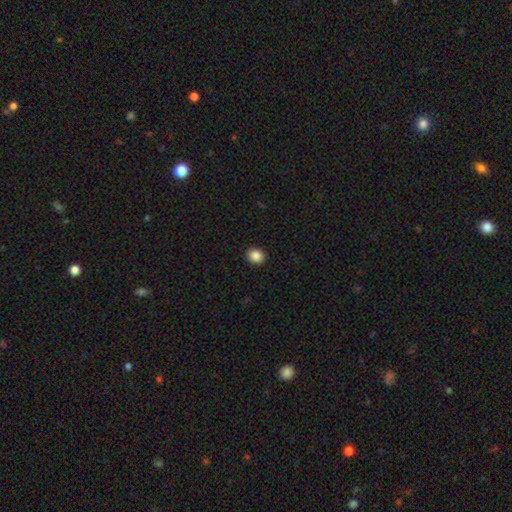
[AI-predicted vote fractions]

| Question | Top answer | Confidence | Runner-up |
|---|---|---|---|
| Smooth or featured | smooth | 87% | star or artifact (9%) |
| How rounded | round | 68% | in between (31%) |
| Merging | none | 92% | minor disturbance (5%) |